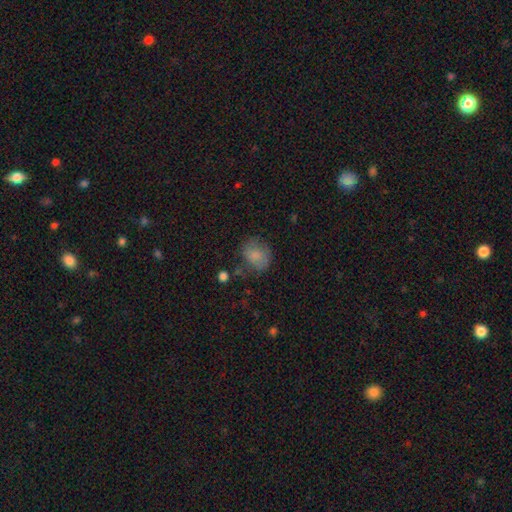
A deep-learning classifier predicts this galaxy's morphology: Smooth or featured? smooth (75%)
How rounded? round (59%)
Merging? none (59%)